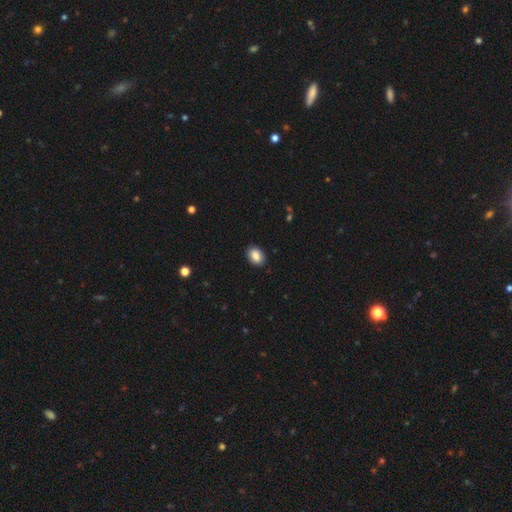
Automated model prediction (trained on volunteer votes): Smooth or featured: smooth — 87% (star or artifact — 8%)
How rounded: in between — 76% (round — 23%)
Merging: none — 89% (minor disturbance — 8%)